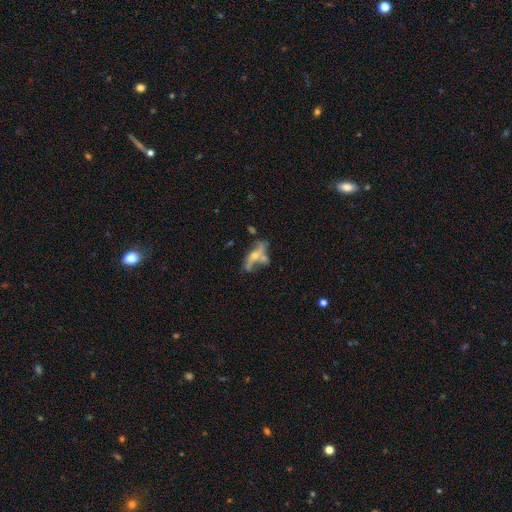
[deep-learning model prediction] Smooth or featured?
  - featured or disk: 62% *
  - smooth: 28%
  - star or artifact: 10%
Edge-on disk?
  - no: 59% *
  - yes: 41%
Merging?
  - none: 41% *
  - merger: 26%
  - minor disturbance: 18%
  - major disturbance: 16%